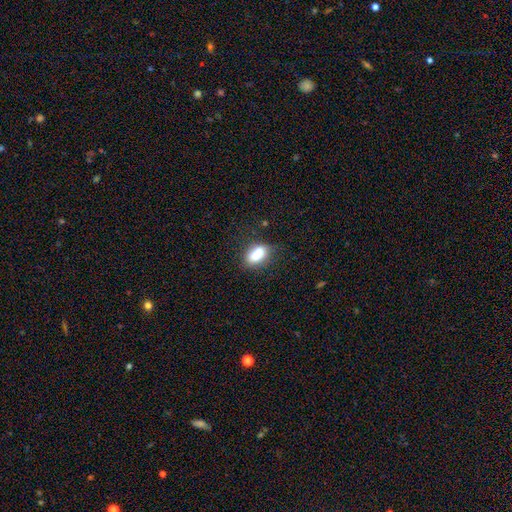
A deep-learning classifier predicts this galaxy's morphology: This appears to be a smooth galaxy with no disk features (71%) that is in between round and cigar-shaped (78%). Merging: none (45%).